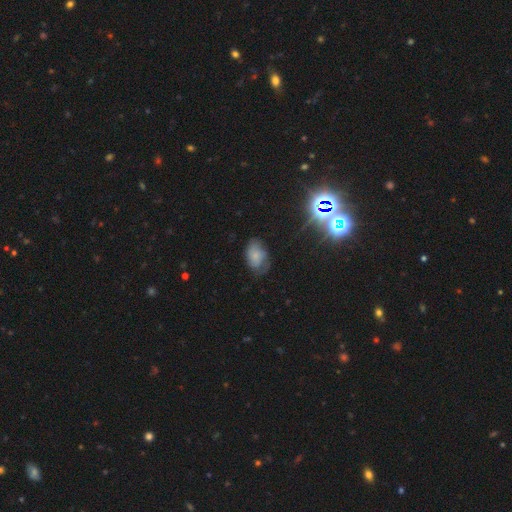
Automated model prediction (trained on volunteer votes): Overall: smooth (57%; featured or disk 28%). How rounded: in between (86%). Merging: none (55%; minor disturbance 30%).